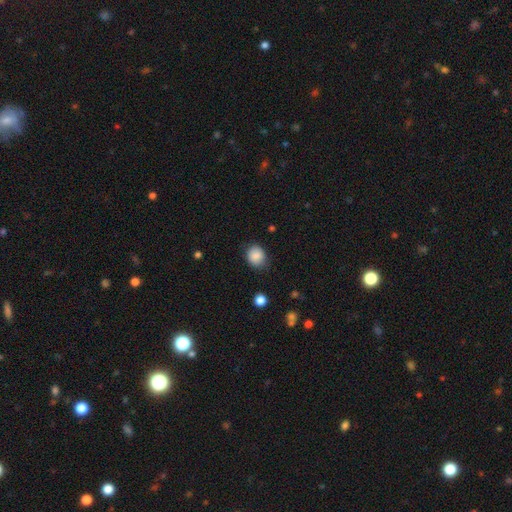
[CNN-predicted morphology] Smooth or featured: smooth — 86% (star or artifact — 9%)
How rounded: round — 67% (in between — 32%)
Merging: none — 77% (minor disturbance — 18%)